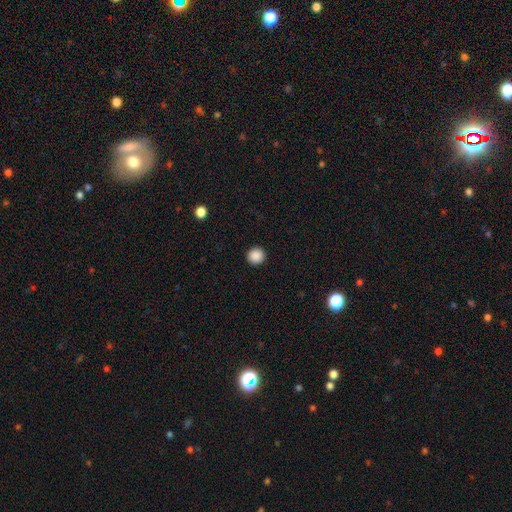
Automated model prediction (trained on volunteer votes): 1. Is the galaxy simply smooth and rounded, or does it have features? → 89% smooth, 9% star or artifact, 2% featured or disk.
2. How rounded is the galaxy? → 95% round, 5% in between, 1% cigar-shaped.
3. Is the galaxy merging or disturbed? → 93% none, 4% minor disturbance, 2% major disturbance, 1% merger.